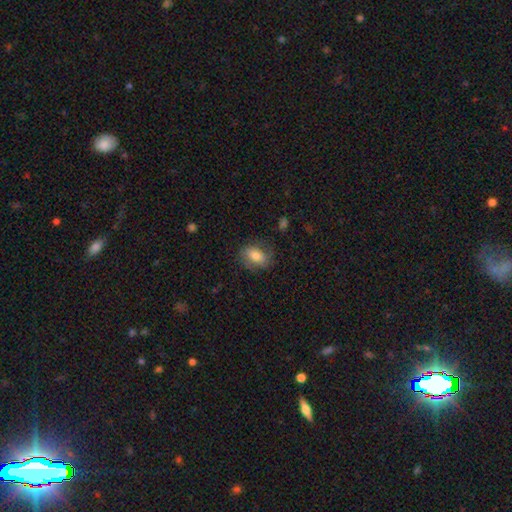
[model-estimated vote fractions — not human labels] This appears to be a smooth galaxy with no disk features (71%) that is in between round and cigar-shaped (79%). Merging: none (71%).